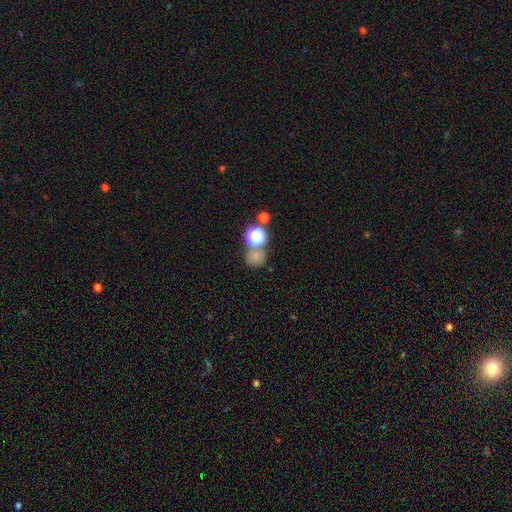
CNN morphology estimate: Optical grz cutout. It shows a smooth galaxy with no disk features (68%) that is round (81%). Merging: none (56%).